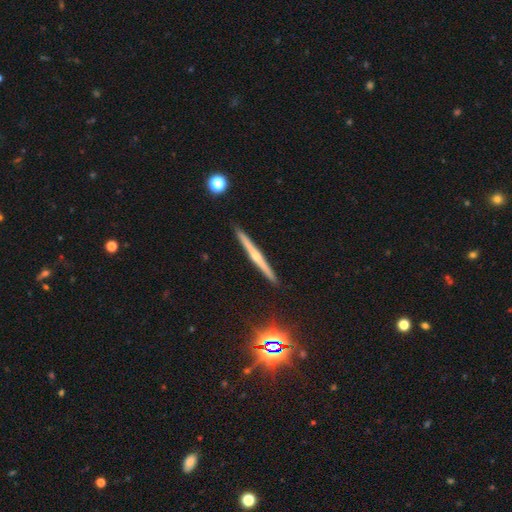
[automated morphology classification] Smooth or featured?
  - featured or disk: 65% *
  - smooth: 21%
  - star or artifact: 13%
Edge-on disk?
  - yes: 97% *
  - no: 3%
Edge-on bulge?
  - rounded: 65% *
  - none: 28%
  - boxy: 7%
Merging?
  - none: 89% *
  - minor disturbance: 8%
  - merger: 2%
  - major disturbance: 2%